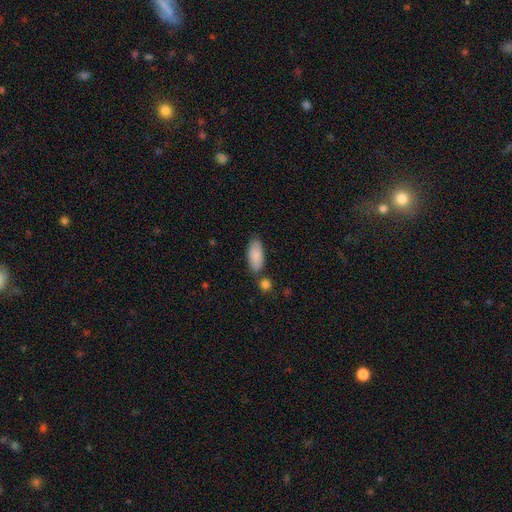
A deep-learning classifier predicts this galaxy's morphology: A smooth galaxy with no disk features (87%) that is in between round and cigar-shaped (87%). Merging: none (72%).